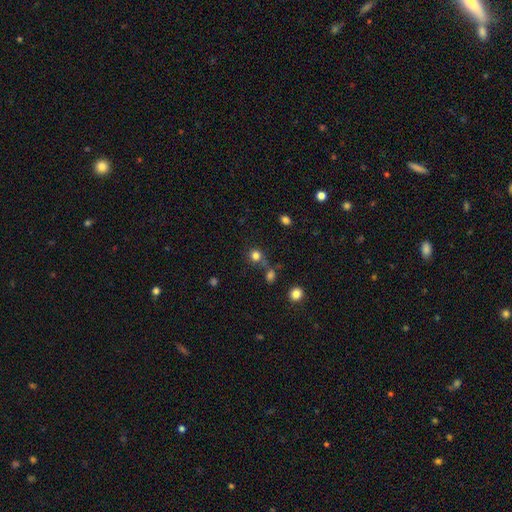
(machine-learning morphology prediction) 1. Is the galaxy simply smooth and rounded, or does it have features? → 80% smooth, 14% star or artifact, 6% featured or disk.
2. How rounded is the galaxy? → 87% round, 12% in between, 1% cigar-shaped.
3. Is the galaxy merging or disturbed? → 64% none, 18% merger, 12% minor disturbance, 6% major disturbance.